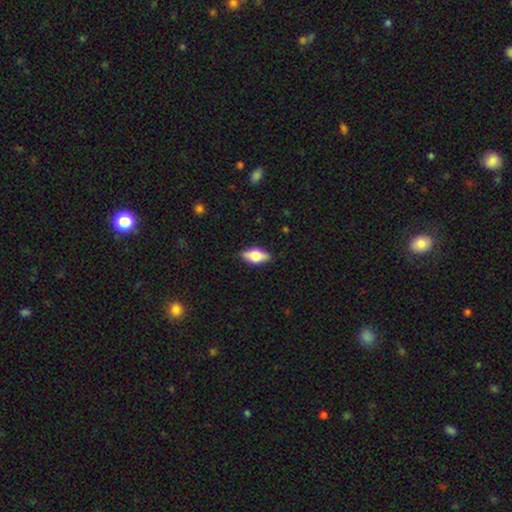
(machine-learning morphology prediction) type=smooth (58%); roundness=in between (82%); merging=none (86%).